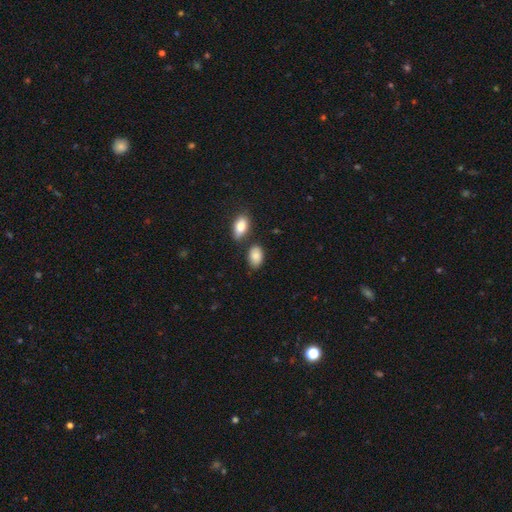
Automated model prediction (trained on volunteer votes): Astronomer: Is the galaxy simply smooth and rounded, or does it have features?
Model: smooth — 86%.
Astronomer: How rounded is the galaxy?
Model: in between — 90%.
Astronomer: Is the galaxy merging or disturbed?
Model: none — 69%.